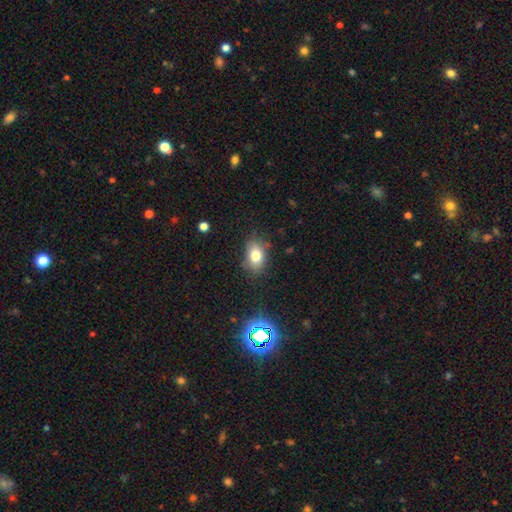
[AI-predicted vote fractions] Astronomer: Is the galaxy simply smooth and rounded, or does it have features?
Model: smooth — 77%.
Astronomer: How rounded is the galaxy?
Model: in between — 78%.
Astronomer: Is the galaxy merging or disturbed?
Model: none — 78%.